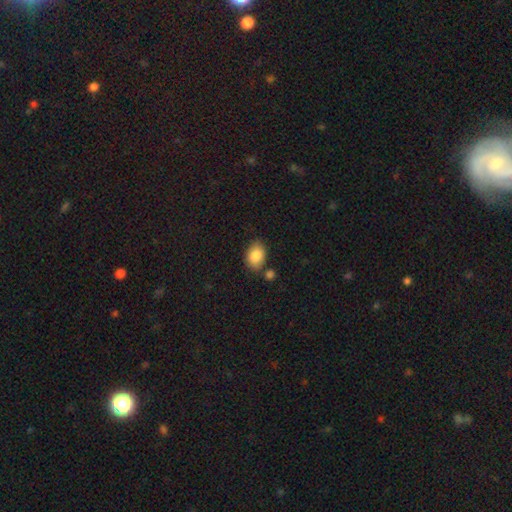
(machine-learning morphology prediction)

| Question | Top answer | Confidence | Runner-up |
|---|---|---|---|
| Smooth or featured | smooth | 86% | star or artifact (7%) |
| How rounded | in between | 78% | round (21%) |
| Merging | none | 70% | minor disturbance (17%) |